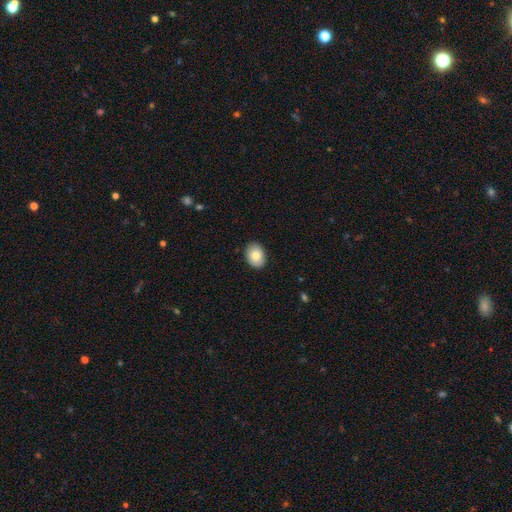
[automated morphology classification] smooth_or_featured: smooth (p=0.84) [alt: featured or disk p=0.09]
how_rounded: in between (p=0.75) [alt: round p=0.24]
merging: none (p=0.88) [alt: minor disturbance p=0.09]